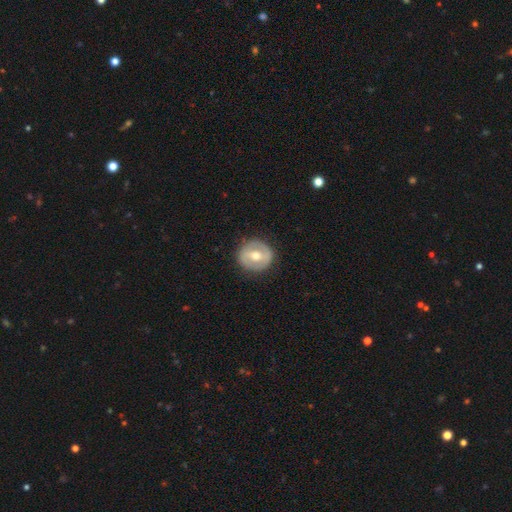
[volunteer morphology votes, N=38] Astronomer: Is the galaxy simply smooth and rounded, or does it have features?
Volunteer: smooth — 50% (runner-up: featured or disk, 45%).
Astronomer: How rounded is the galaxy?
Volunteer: round — 100%.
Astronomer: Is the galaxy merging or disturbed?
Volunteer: none — 86%.